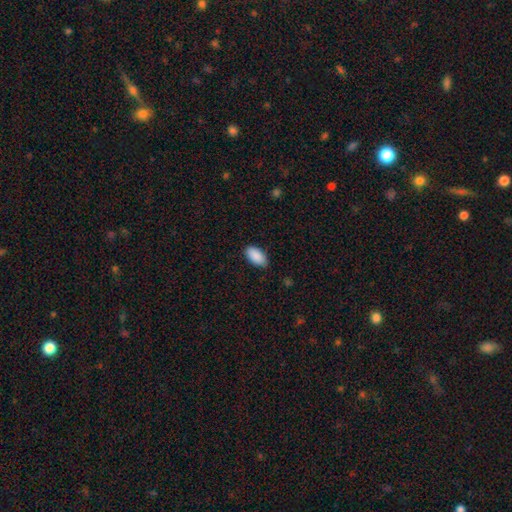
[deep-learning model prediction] The model was most divided on "merging": none: 82%, minor disturbance: 14%, major disturbance: 3%, merger: 1%. More confident: how rounded — in between (95%); smooth or featured — smooth (90%).